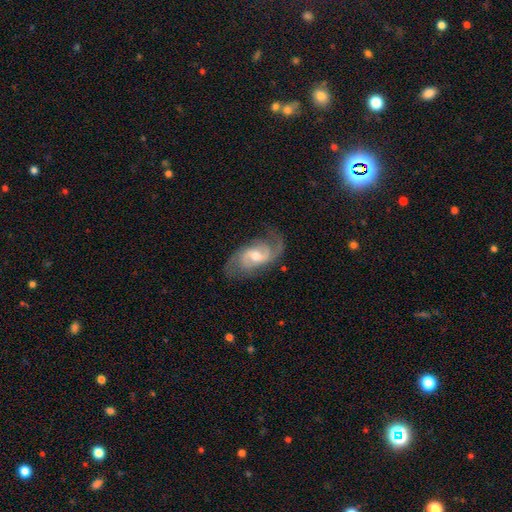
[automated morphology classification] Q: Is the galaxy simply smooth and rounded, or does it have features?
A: featured or disk — 88%.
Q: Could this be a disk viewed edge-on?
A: no — 96%.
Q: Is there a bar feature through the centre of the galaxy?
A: weak — 48%.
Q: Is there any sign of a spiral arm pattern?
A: yes — 97%.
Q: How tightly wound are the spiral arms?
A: medium — 51%.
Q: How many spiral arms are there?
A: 2 — 78%.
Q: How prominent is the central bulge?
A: moderate — 65%.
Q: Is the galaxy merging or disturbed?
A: none — 73%.